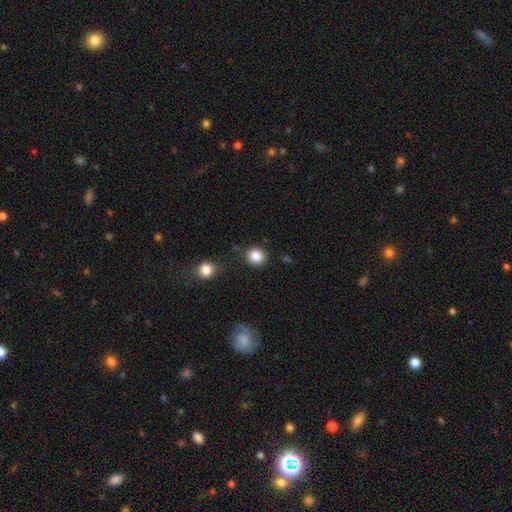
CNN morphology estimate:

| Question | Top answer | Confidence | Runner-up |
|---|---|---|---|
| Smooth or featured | smooth | 86% | star or artifact (10%) |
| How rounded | round | 85% | in between (14%) |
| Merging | none | 82% | minor disturbance (10%) |